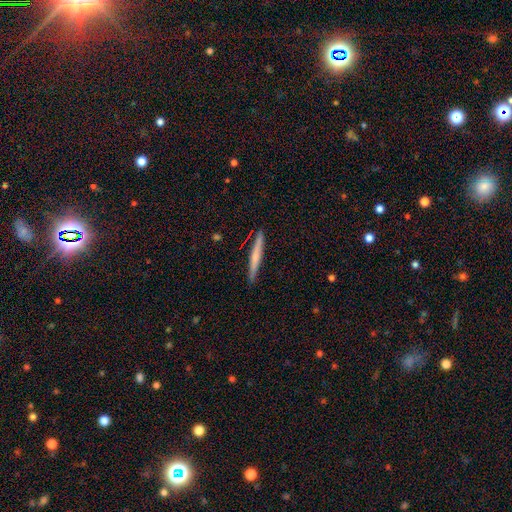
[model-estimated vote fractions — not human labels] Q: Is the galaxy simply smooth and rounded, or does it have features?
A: smooth — 51%.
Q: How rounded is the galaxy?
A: cigar-shaped — 96%.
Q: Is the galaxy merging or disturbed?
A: none — 90%.